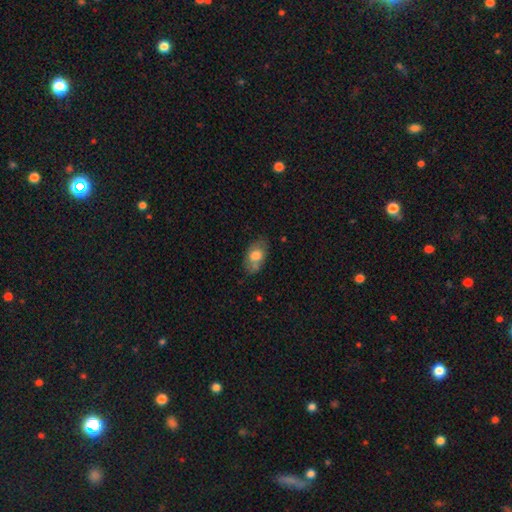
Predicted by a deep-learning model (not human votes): Smooth or featured? smooth (72%)
How rounded? in between (88%)
Merging? none (63%)